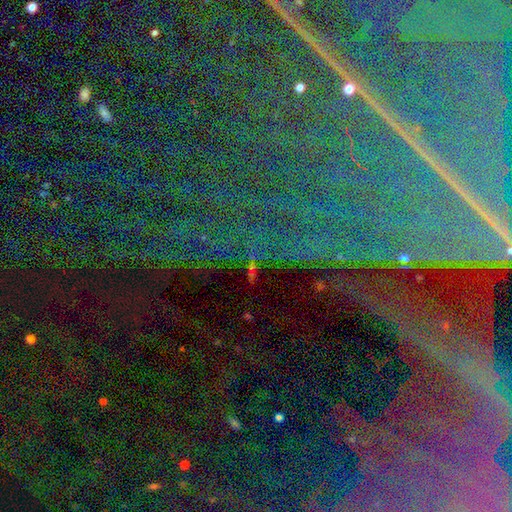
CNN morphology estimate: Smooth or featured?
  - star or artifact: 81% *
  - featured or disk: 10%
  - smooth: 9%